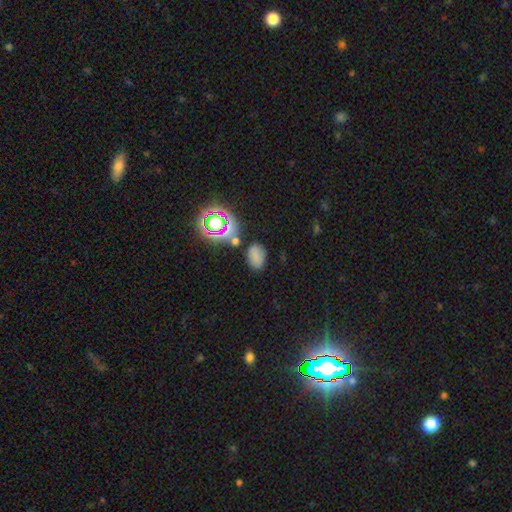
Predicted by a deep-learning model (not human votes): The model was most divided on "smooth or featured": smooth: 70%, star or artifact: 21%, featured or disk: 8%. More confident: how rounded — in between (83%); merging — none (73%).